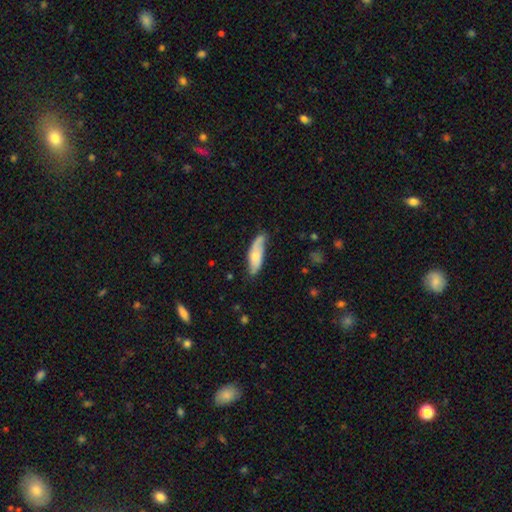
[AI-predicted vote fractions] Smooth or featured: smooth — 56% (featured or disk — 39%)
How rounded: in between — 56% (cigar-shaped — 42%)
Merging: none — 64% (minor disturbance — 28%)